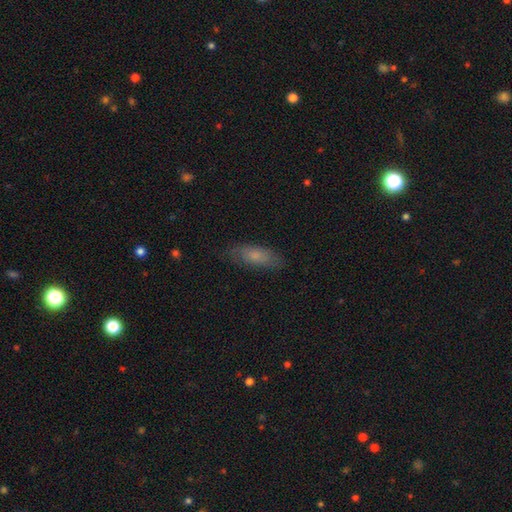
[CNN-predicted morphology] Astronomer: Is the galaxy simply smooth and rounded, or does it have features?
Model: smooth — 70%.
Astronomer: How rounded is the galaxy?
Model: in between — 69%.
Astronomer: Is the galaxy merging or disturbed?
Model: none — 77%.